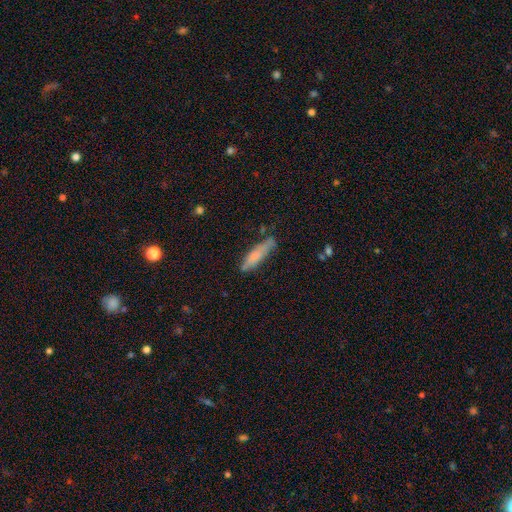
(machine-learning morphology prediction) smooth-or-featured: smooth: 73% | featured or disk: 20% | star or artifact: 7%
  how-rounded: cigar-shaped: 77% | in between: 22% | round: 2%
  merging: none: 64% | minor disturbance: 26% | major disturbance: 6% | merger: 4%